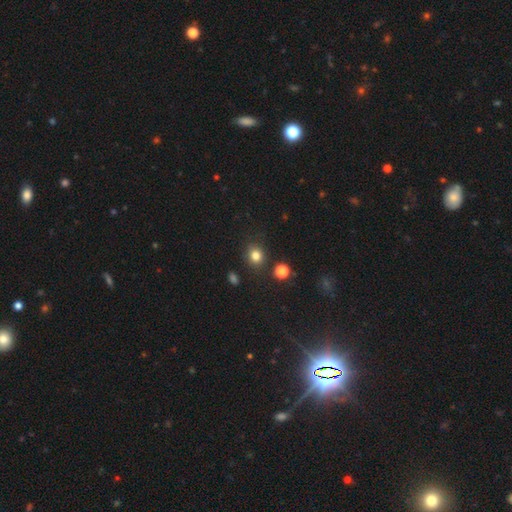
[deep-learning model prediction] smooth_or_featured: smooth (p=0.81) [alt: star or artifact p=0.14]
how_rounded: round (p=0.76) [alt: in between p=0.24]
merging: none (p=0.83) [alt: minor disturbance p=0.10]